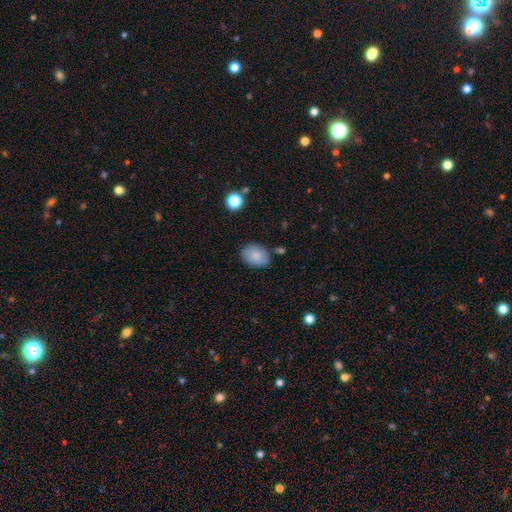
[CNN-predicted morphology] Overall: smooth (80%). How rounded: in between (69%; round 30%). Merging: none (76%).